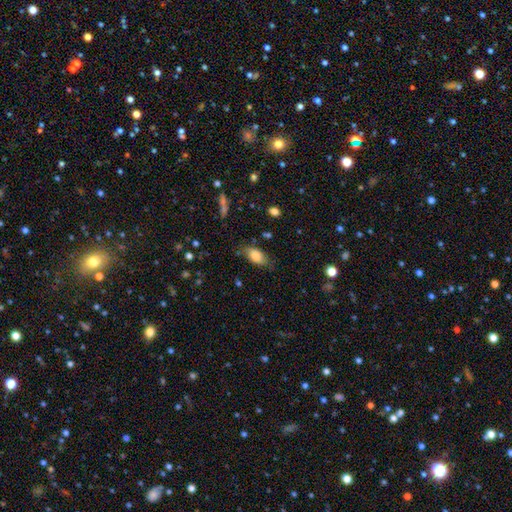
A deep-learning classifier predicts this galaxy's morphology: Smooth or featured?
  - smooth: 82% *
  - featured or disk: 10%
  - star or artifact: 8%
How rounded?
  - in between: 91% *
  - cigar-shaped: 5%
  - round: 4%
Merging?
  - none: 68% *
  - minor disturbance: 23%
  - major disturbance: 6%
  - merger: 2%